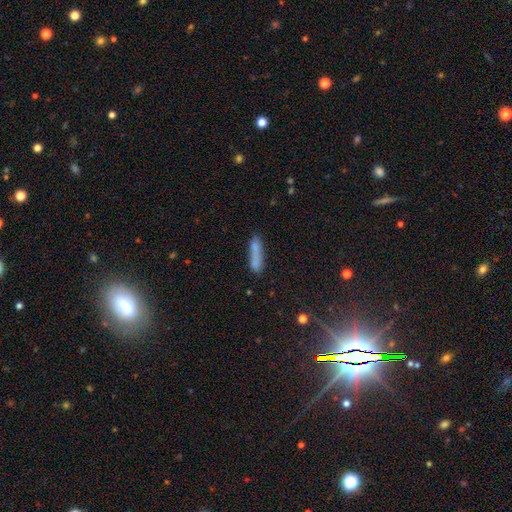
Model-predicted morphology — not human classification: smooth_or_featured: smooth (p=0.69) [alt: featured or disk p=0.16]
how_rounded: cigar-shaped (p=0.82) [alt: in between p=0.15]
merging: none (p=0.64) [alt: minor disturbance p=0.18]